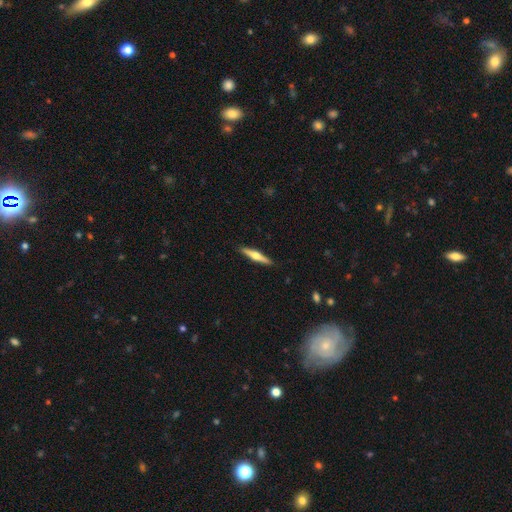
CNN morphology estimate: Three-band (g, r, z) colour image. It shows a featured or disk galaxy (61%) viewed edge-on (97%) with a rounded central bulge (93%). Merging: none (91%).